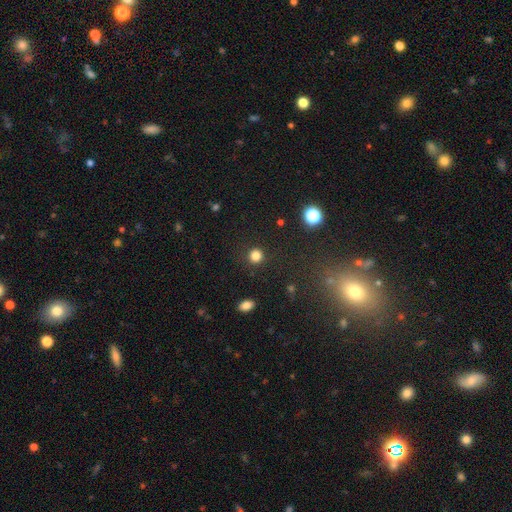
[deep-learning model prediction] A smooth galaxy with no disk features (83%) that is round (91%). Merging: none (89%).